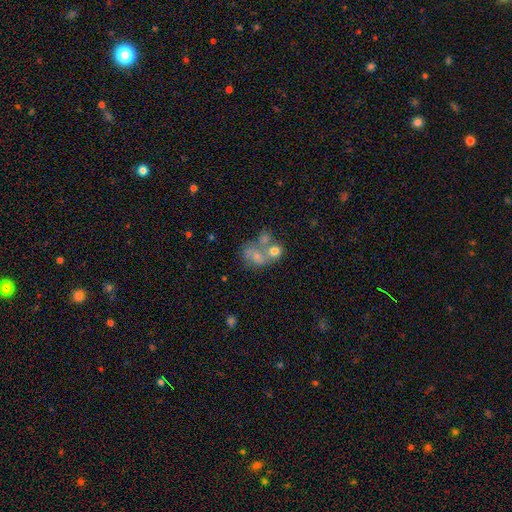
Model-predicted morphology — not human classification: Smooth or featured? smooth (52%)
How rounded? in between (55%)
Merging? merger (57%)